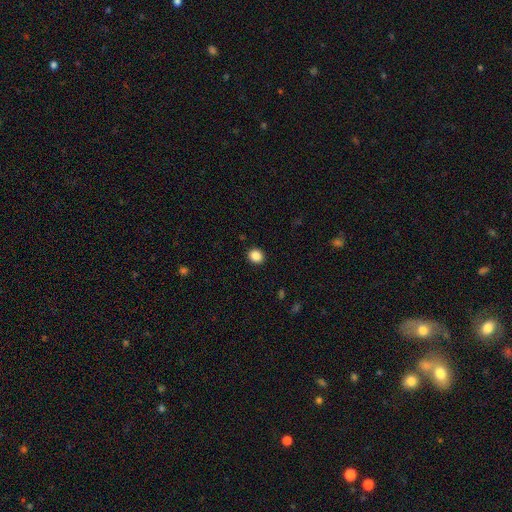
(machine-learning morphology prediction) A smooth galaxy with no disk features (86%) that is round (75%). Merging: none (92%).